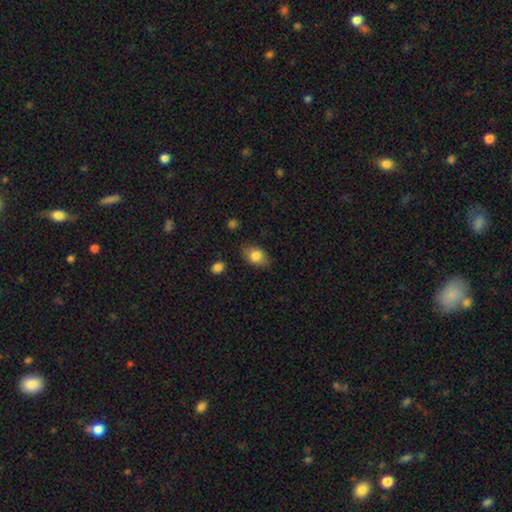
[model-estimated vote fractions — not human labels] Smooth or featured? Predicted: smooth (p=0.82). How rounded? Predicted: in between (p=0.84). Merging? Predicted: none (p=0.81).